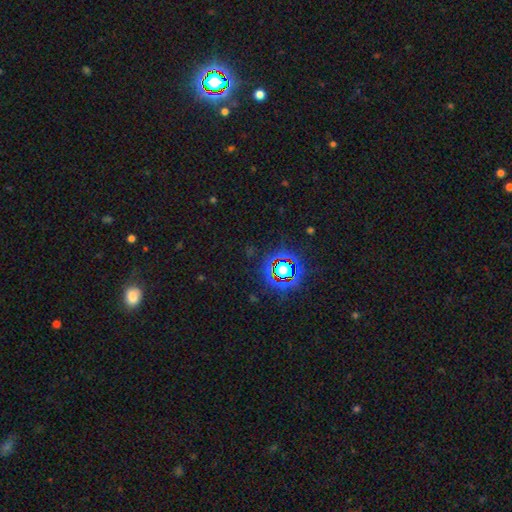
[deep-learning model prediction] A star or artifact, not a galaxy (79%).

Vote fractions:
- Smooth or featured? star or artifact: 79% / smooth: 12% / featured or disk: 9%